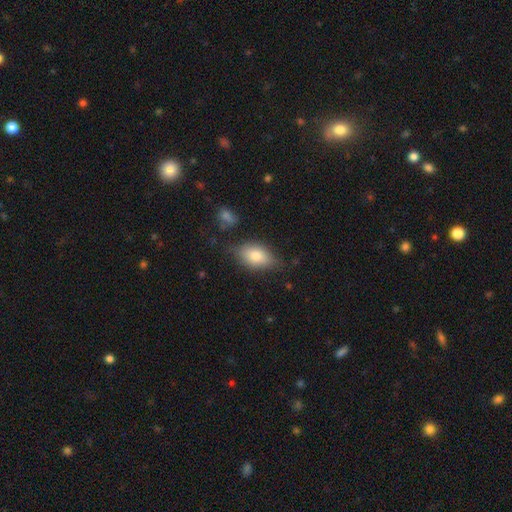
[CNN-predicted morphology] This is likely a smooth galaxy (77%). How rounded: clearly in between (84%). Merging: likely none (66%).